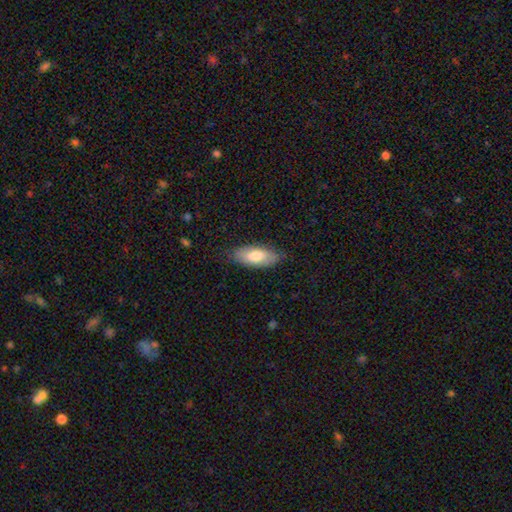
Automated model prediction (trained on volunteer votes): Smooth or featured?
  - smooth: 76% *
  - featured or disk: 19%
  - star or artifact: 6%
How rounded?
  - in between: 82% *
  - cigar-shaped: 16%
  - round: 2%
Merging?
  - none: 81% *
  - minor disturbance: 15%
  - major disturbance: 3%
  - merger: 1%